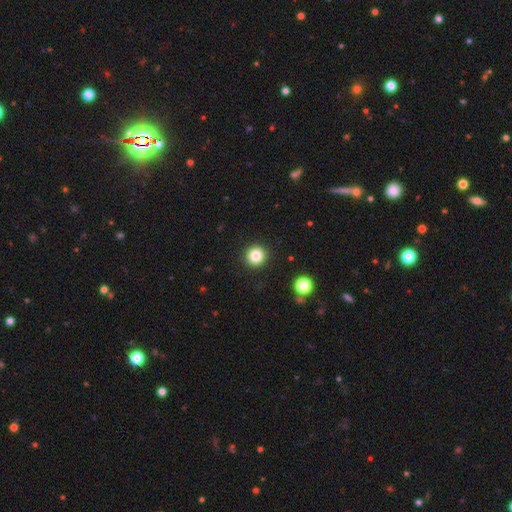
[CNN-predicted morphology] This appears to be a smooth galaxy with no disk features (82%) that is round (95%). Merging: none (92%).